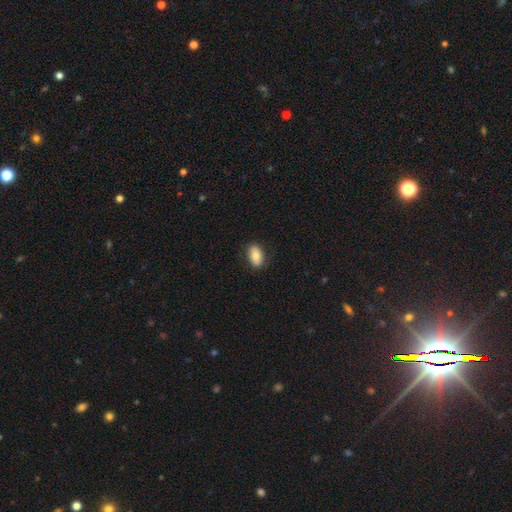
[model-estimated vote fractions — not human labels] This appears to be a smooth galaxy with no disk features (80%) that is in between round and cigar-shaped (90%). Merging: none (86%).